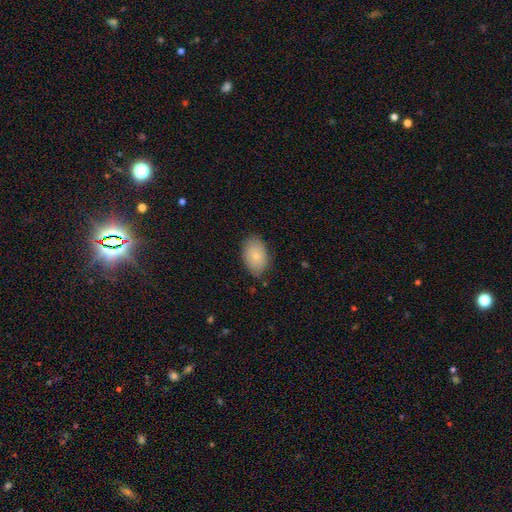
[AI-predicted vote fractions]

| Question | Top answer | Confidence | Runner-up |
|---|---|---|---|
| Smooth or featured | smooth | 80% | featured or disk (13%) |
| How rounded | in between | 86% | round (13%) |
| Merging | none | 79% | minor disturbance (17%) |